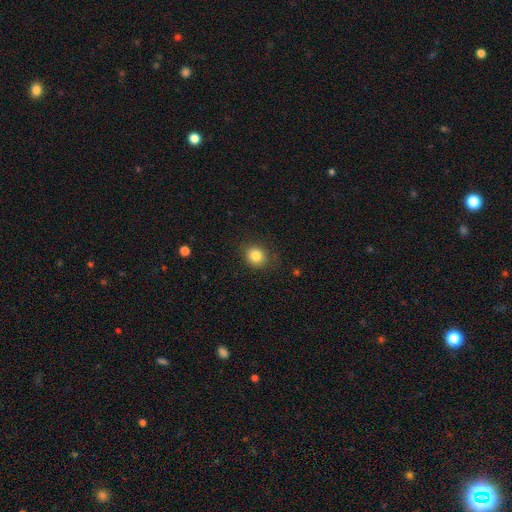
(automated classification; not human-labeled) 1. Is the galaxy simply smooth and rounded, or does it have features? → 84% smooth, 11% star or artifact, 6% featured or disk.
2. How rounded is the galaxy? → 77% round, 22% in between, 1% cigar-shaped.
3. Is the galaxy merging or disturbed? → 85% none, 11% minor disturbance, 3% major disturbance, 1% merger.